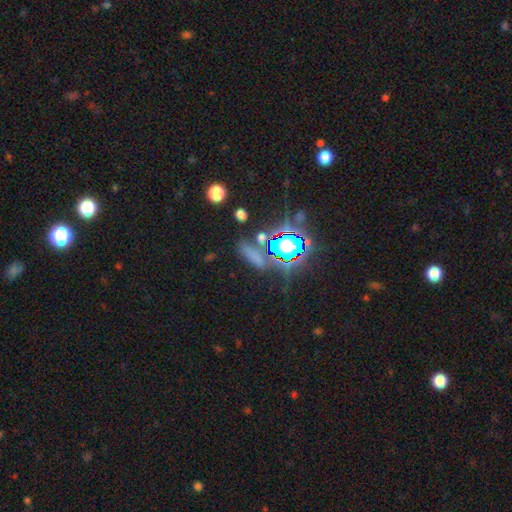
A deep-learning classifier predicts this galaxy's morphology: A smooth galaxy with no disk features (47%).

Vote fractions:
- Smooth or featured? smooth: 47% / star or artifact: 41% / featured or disk: 12%
- Merging? none: 71% / minor disturbance: 14% / merger: 9% / major disturbance: 6%